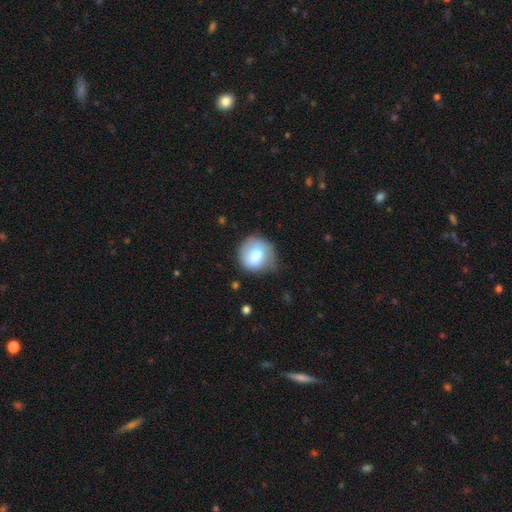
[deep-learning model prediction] Overall: smooth (75%). How rounded: round (79%). Merging: none (57%; minor disturbance 30%).